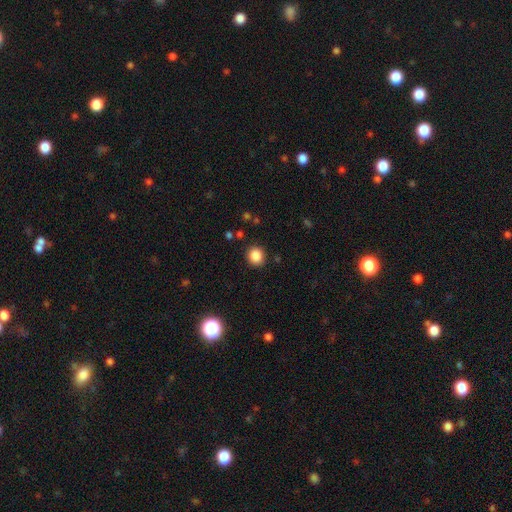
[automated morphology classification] smooth_or_featured: smooth (p=0.86) [alt: star or artifact p=0.11]
how_rounded: round (p=0.84) [alt: in between p=0.15]
merging: none (p=0.89) [alt: minor disturbance p=0.07]